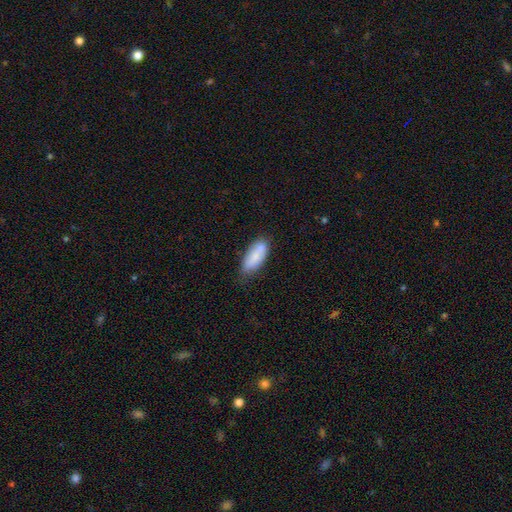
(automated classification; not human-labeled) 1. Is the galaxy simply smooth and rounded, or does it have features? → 77% smooth, 16% featured or disk, 7% star or artifact.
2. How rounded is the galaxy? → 79% in between, 19% cigar-shaped, 2% round.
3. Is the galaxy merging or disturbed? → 59% none, 24% minor disturbance, 11% merger, 5% major disturbance.